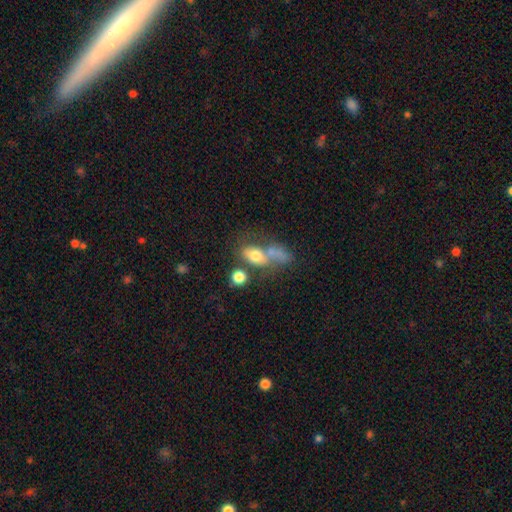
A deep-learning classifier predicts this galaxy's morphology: Smooth or featured? Predicted: smooth (p=0.68). How rounded? Predicted: in between (p=0.70). Merging? Predicted: merger (p=0.44).